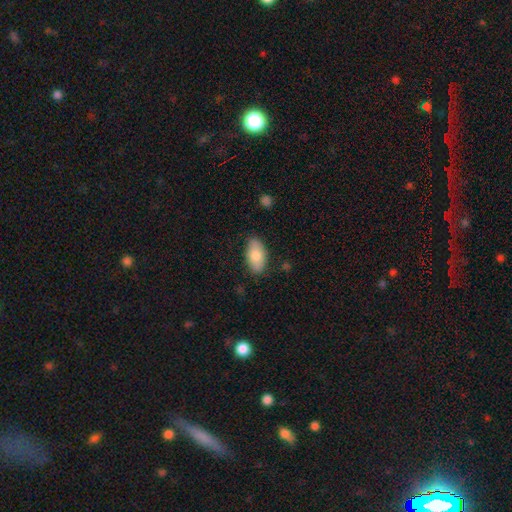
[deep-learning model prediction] A smooth galaxy with no disk features (81%) that is in between round and cigar-shaped (93%). Merging: none (81%).